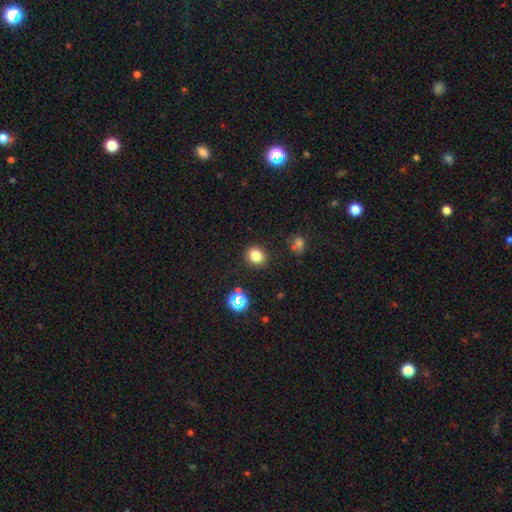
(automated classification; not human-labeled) The model was most divided on "how rounded": round: 73%, in between: 26%, cigar-shaped: 1%. More confident: merging — none (88%); smooth or featured — smooth (80%).